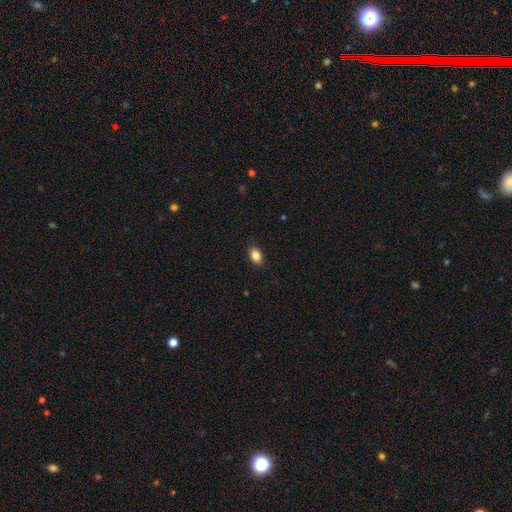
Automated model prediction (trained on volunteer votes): Smooth or featured?
  - smooth: 86% *
  - star or artifact: 9%
  - featured or disk: 5%
How rounded?
  - in between: 84% *
  - round: 14%
  - cigar-shaped: 2%
Merging?
  - none: 88% *
  - minor disturbance: 9%
  - major disturbance: 2%
  - merger: 1%